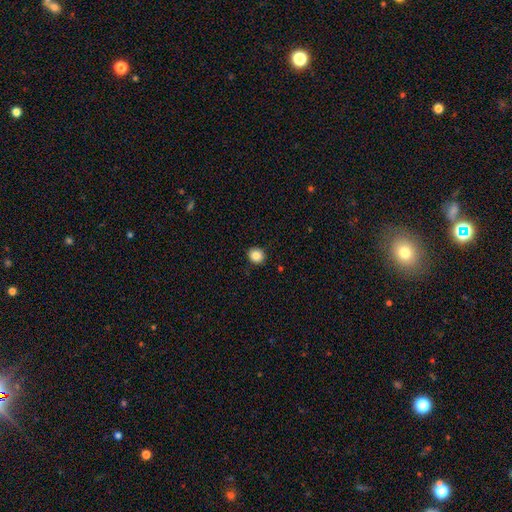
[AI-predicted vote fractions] A smooth galaxy with no disk features (85%) that is round (82%). Merging: none (91%).